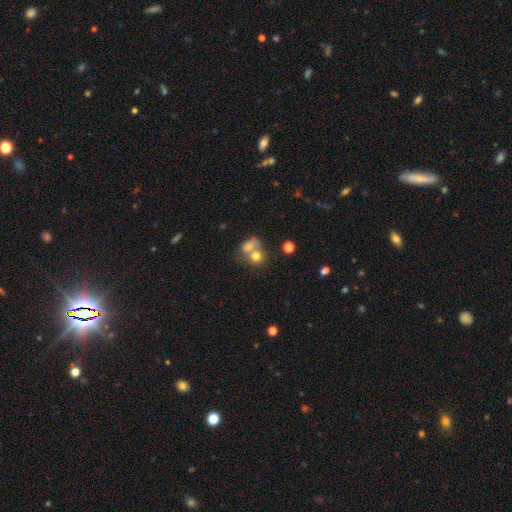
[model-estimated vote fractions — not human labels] Smooth or featured: smooth — 72% (featured or disk — 16%)
How rounded: round — 69% (in between — 30%)
Merging: merger — 54% (none — 30%)